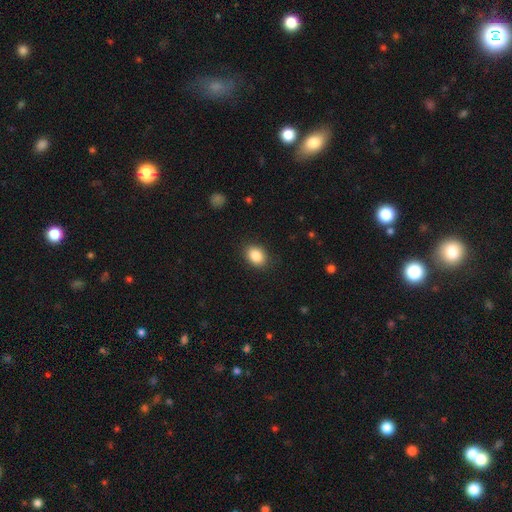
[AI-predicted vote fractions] Morphology: type=smooth (87%); roundness=in between (67%); merging=none (88%).